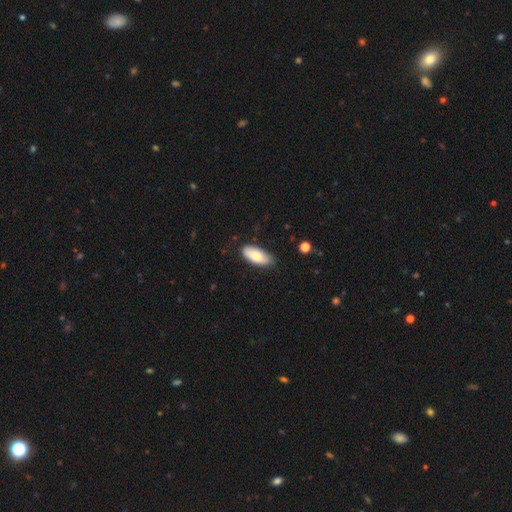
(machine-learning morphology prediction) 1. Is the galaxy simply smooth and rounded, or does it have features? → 82% smooth, 12% featured or disk, 6% star or artifact.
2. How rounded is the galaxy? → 89% in between, 9% cigar-shaped, 2% round.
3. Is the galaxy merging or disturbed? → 77% none, 19% minor disturbance, 3% major disturbance, 1% merger.